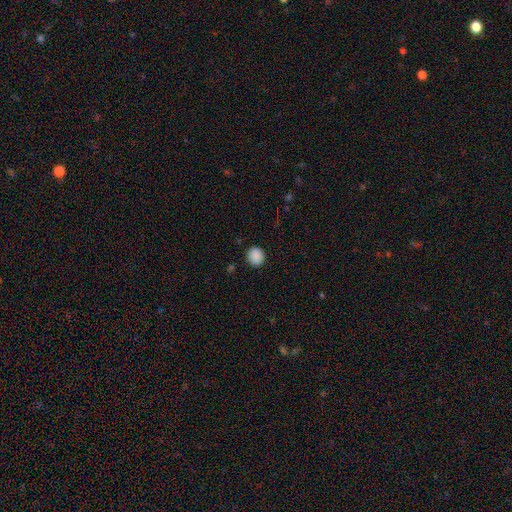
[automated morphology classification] Smooth or featured? smooth (88%)
How rounded? round (86%)
Merging? none (89%)